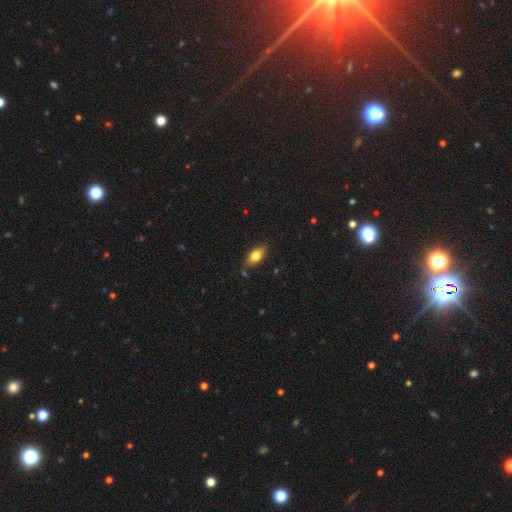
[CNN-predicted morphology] smooth 73%, featured or disk 19%, star or artifact 8%. Down the decision tree: how rounded — in between (84%); merging — none (80%).